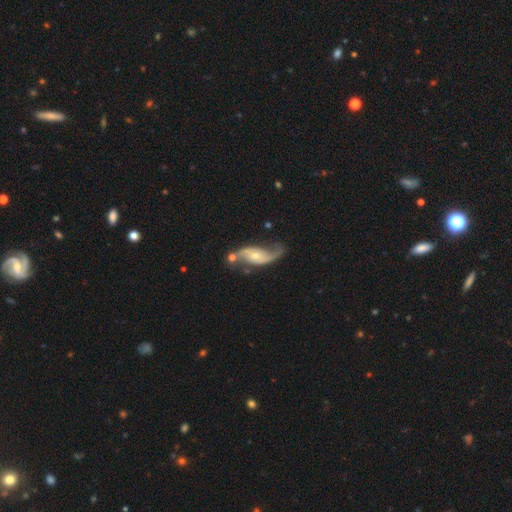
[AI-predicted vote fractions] Morphology: type=featured or disk (83%); edge-on=no (94%); bar=no (55%); spiral arms=yes (94%); winding=loose (70%); arm count=2 (88%); bulge=small (48%); merging=none (53%).